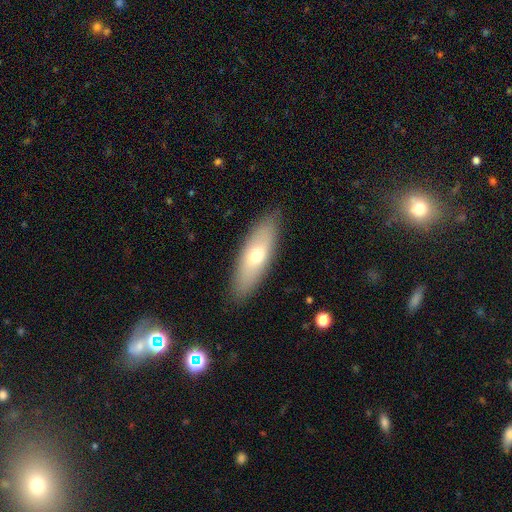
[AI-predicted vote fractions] Overall: smooth (63%; featured or disk 31%). How rounded: in between (61%; cigar-shaped 36%). Merging: none (87%).